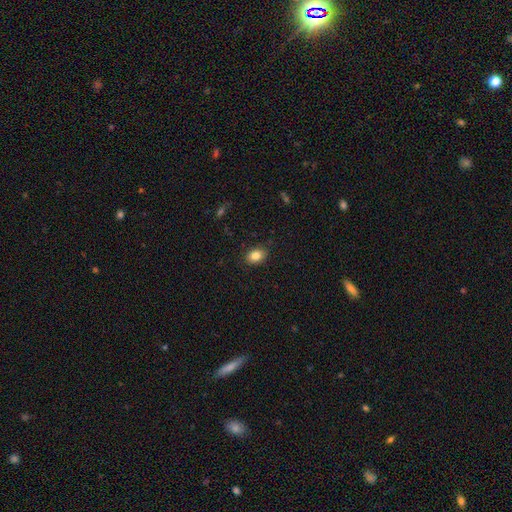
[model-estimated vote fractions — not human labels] Smooth or featured? Predicted: smooth (p=0.85). How rounded? Predicted: in between (p=0.74). Merging? Predicted: none (p=0.86).